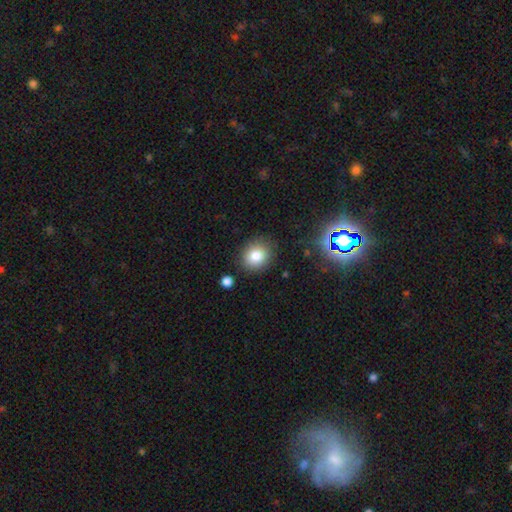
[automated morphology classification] smooth_or_featured: smooth (p=0.81) [alt: star or artifact p=0.11]
how_rounded: round (p=0.78) [alt: in between p=0.21]
merging: none (p=0.85) [alt: minor disturbance p=0.09]